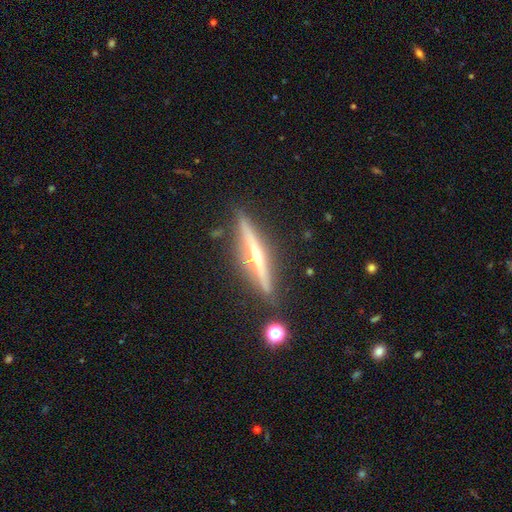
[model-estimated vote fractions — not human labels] Q: Smooth or featured?
A: featured or disk (81%); runner-up: smooth (13%)
Q: Edge-on disk?
A: yes (97%); runner-up: no (3%)
Q: Edge-on bulge?
A: rounded (85%); runner-up: none (11%)
Q: Merging?
A: none (87%); runner-up: minor disturbance (9%)